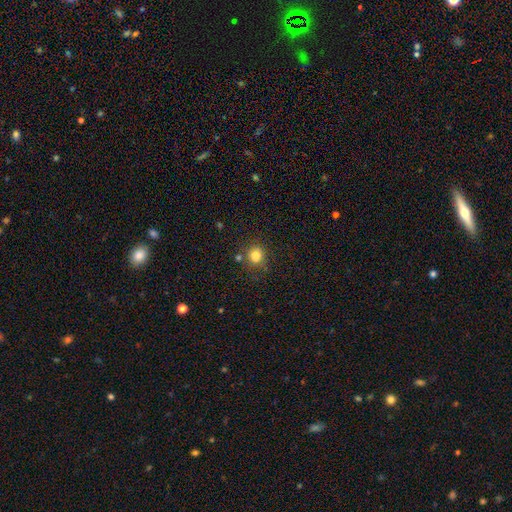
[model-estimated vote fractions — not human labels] This is clearly a smooth galaxy (81%). How rounded: likely round (80%). Merging: likely none (75%).